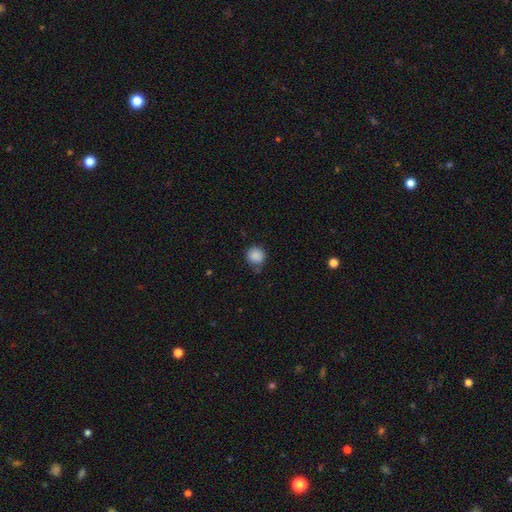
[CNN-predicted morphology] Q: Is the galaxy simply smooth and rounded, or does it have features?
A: smooth — 87%.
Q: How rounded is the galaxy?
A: round — 92%.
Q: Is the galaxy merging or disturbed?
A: none — 78%.